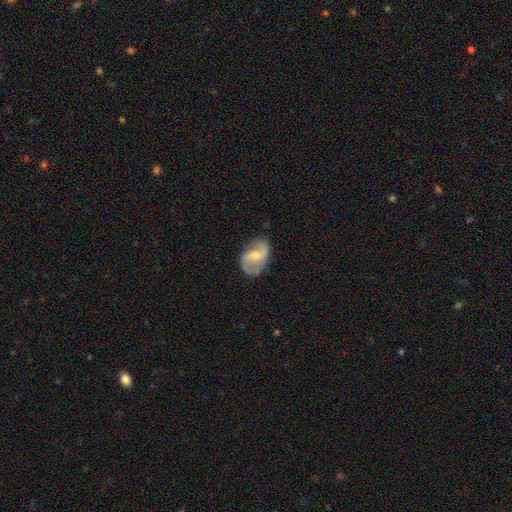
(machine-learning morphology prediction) Q: Smooth or featured?
A: featured or disk (77%); runner-up: smooth (17%)
Q: Edge-on disk?
A: no (97%); runner-up: yes (3%)
Q: Bar?
A: weak (51%); runner-up: no (30%)
Q: Spiral arms?
A: yes (93%); runner-up: no (7%)
Q: Spiral winding?
A: loose (52%); runner-up: medium (37%)
Q: Spiral arm count?
A: 2 (89%); runner-up: can't tell (5%)
Q: Bulge size?
A: small (52%); runner-up: moderate (37%)
Q: Merging?
A: none (72%); runner-up: minor disturbance (19%)